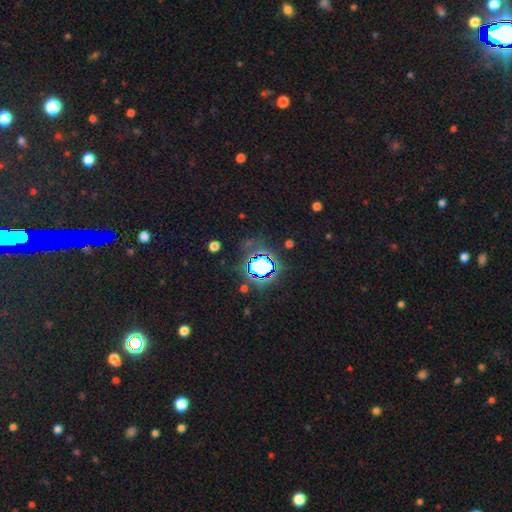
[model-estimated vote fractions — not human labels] Q: Smooth or featured?
A: star or artifact (83%); runner-up: smooth (9%)